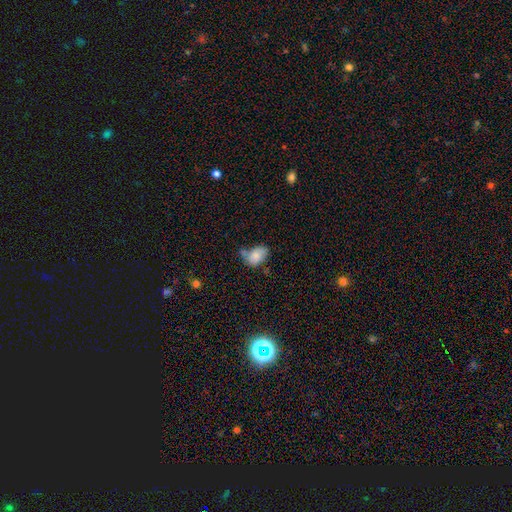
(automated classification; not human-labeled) A smooth galaxy with no disk features (78%) that is in between round and cigar-shaped (82%).

Vote fractions:
- Smooth or featured? smooth: 78% / featured or disk: 13% / star or artifact: 9%
- How rounded? in between: 82% / round: 16% / cigar-shaped: 1%
- Merging? none: 37% / minor disturbance: 33% / merger: 18% / major disturbance: 13%